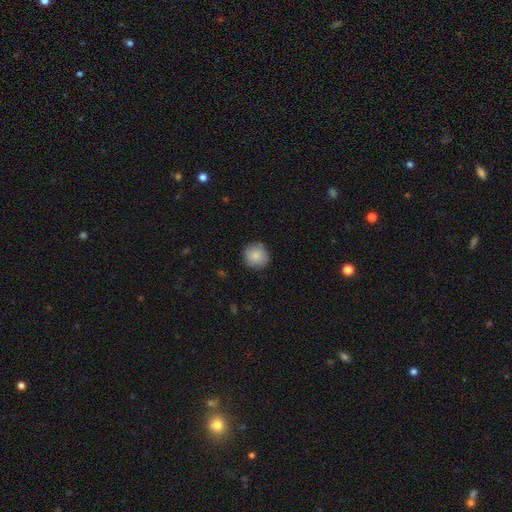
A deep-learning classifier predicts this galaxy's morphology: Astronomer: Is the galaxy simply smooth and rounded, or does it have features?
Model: smooth — 84%.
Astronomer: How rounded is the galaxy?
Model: round — 94%.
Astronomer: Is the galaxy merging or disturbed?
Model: none — 88%.